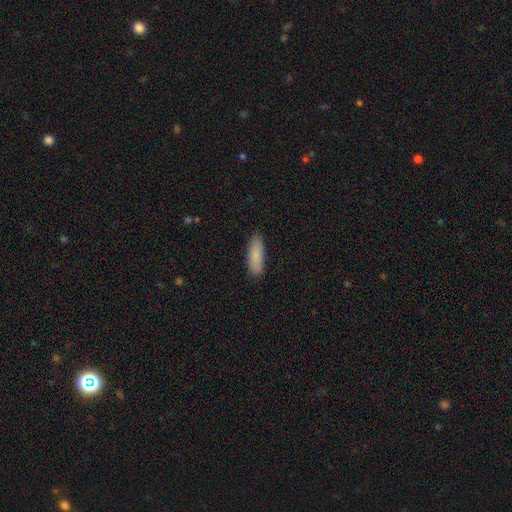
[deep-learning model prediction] smooth_or_featured: smooth (p=0.84) [alt: featured or disk p=0.10]
how_rounded: in between (p=0.52) [alt: cigar-shaped p=0.46]
merging: none (p=0.86) [alt: minor disturbance p=0.11]